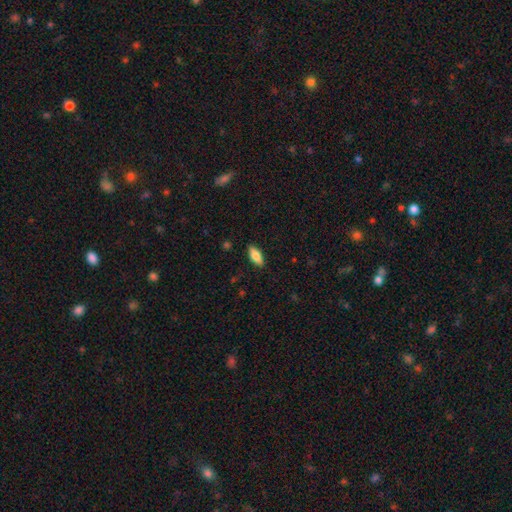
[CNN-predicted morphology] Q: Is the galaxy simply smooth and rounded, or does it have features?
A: smooth — 79%.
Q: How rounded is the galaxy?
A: in between — 79%.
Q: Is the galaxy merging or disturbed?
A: none — 88%.